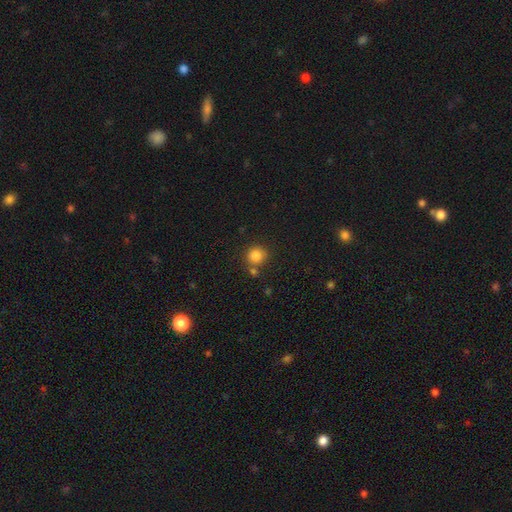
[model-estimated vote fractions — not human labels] smooth 84%, star or artifact 11%, featured or disk 5%. Down the decision tree: how rounded — round (89%); merging — none (70%).